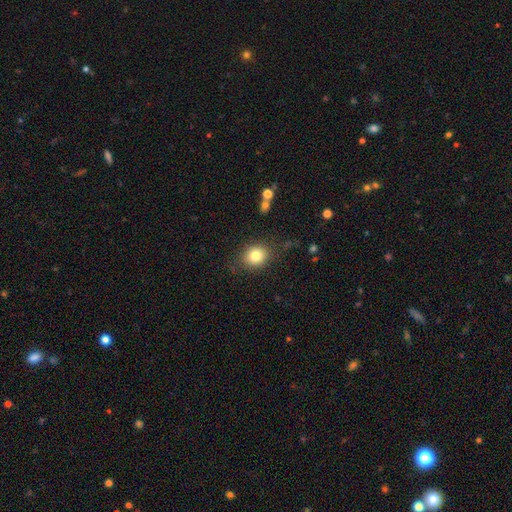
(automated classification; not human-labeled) Overall: smooth (81%). How rounded: round (67%; in between 32%). Merging: none (82%).